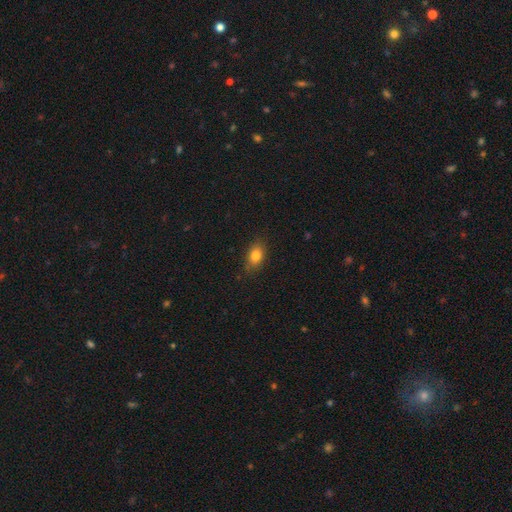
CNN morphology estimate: Overall: smooth (81%). How rounded: in between (76%). Merging: none (82%).